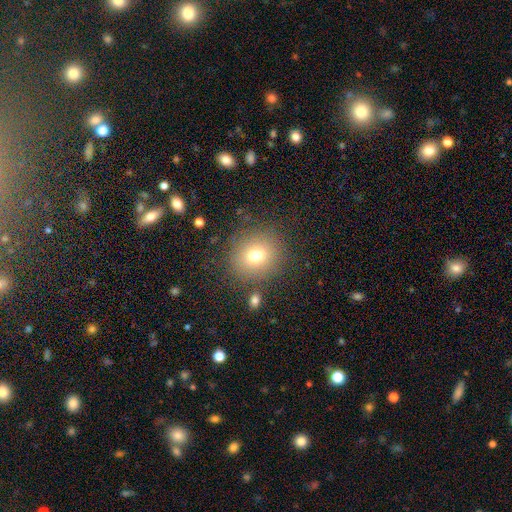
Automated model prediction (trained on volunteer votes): This appears to be a smooth galaxy with no disk features (72%) that is round (86%). Merging: none (83%).